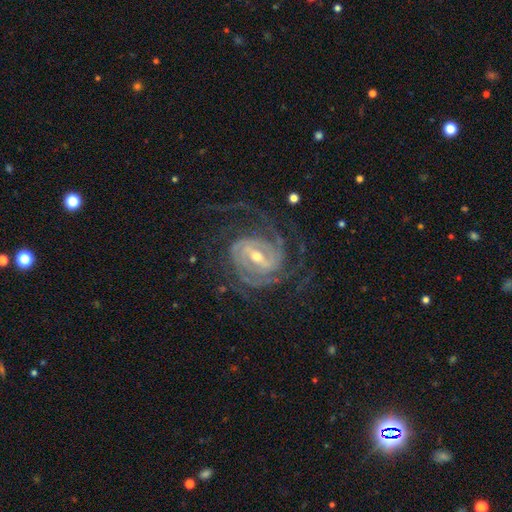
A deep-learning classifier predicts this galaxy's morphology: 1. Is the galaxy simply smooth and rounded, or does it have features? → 92% featured or disk, 5% star or artifact, 3% smooth.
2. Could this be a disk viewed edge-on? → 97% no, 3% yes.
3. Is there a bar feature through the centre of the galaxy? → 50% strong, 39% weak, 11% no.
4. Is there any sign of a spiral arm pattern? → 98% yes, 2% no.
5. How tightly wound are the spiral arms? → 56% tight, 35% medium, 9% loose.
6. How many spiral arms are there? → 28% 2, 26% 3, 17% 4, 15% can't tell, 7% more than 4, 7% 1.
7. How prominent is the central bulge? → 49% small, 46% moderate, 3% large, 1% none, 1% dominant.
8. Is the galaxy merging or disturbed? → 68% none, 17% major disturbance, 14% minor disturbance, 1% merger.